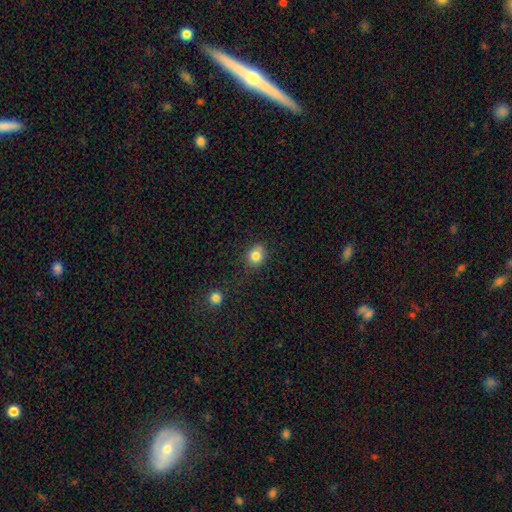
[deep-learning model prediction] Smooth or featured? Predicted: smooth (p=0.82). How rounded? Predicted: round (p=0.66). Merging? Predicted: none (p=0.77).